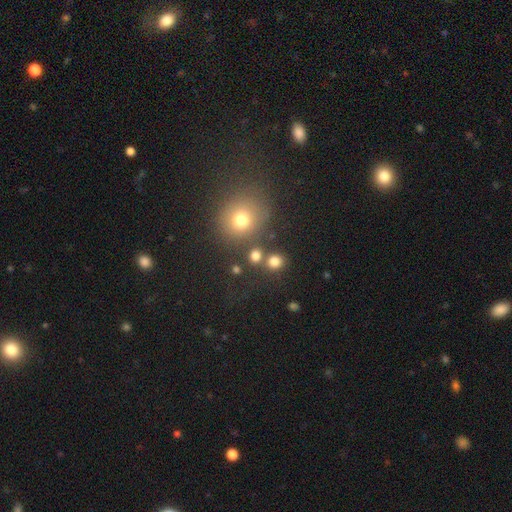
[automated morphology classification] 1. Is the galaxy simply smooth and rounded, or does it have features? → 76% smooth, 17% star or artifact, 7% featured or disk.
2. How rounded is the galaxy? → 84% round, 15% in between, 1% cigar-shaped.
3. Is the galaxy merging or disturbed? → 72% none, 16% merger, 8% minor disturbance, 4% major disturbance.